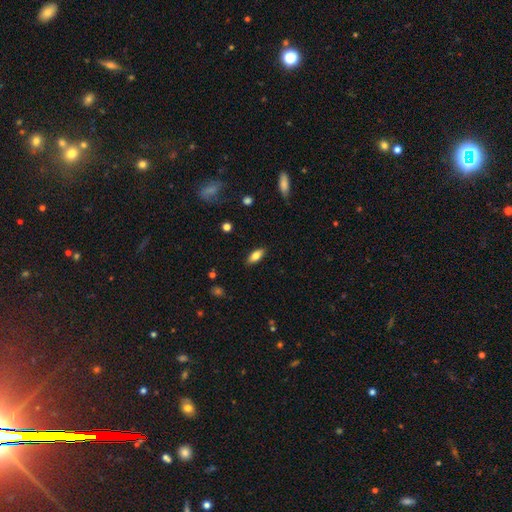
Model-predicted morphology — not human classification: A smooth galaxy with no disk features (76%) that is in between round and cigar-shaped (83%).

Vote fractions:
- Smooth or featured? smooth: 76% / featured or disk: 16% / star or artifact: 7%
- How rounded? in between: 83% / cigar-shaped: 14% / round: 3%
- Merging? none: 87% / minor disturbance: 9% / major disturbance: 2% / merger: 1%